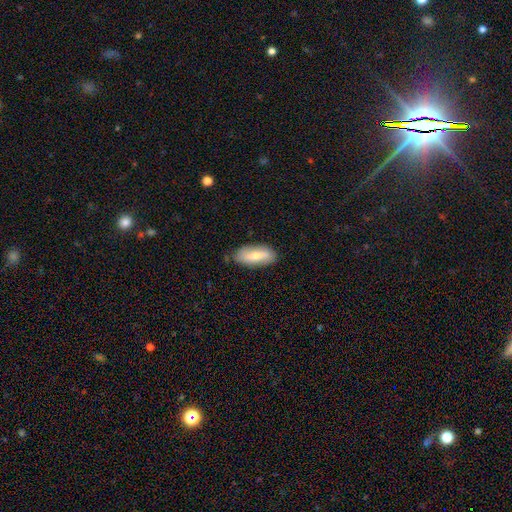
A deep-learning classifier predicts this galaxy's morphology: This is likely a smooth galaxy (66%). How rounded: clearly in between (83%). Merging: likely none (79%).